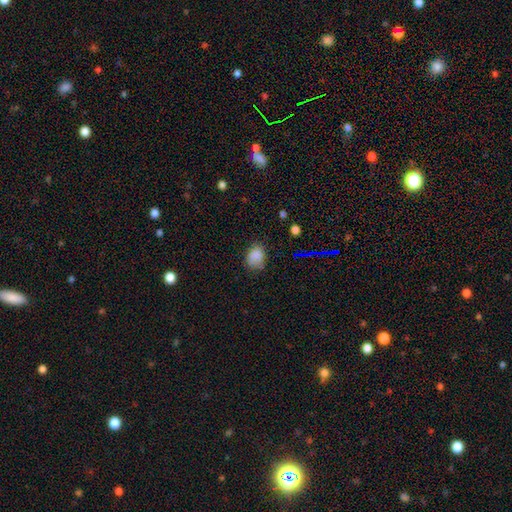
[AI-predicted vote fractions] smooth 80%, star or artifact 12%, featured or disk 8%. Down the decision tree: how rounded — in between (64%); merging — none (60%).